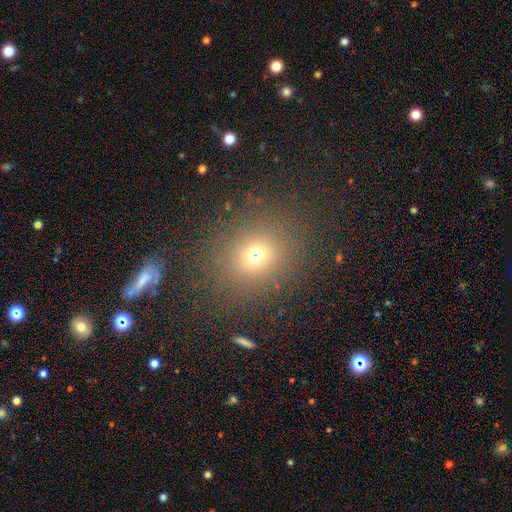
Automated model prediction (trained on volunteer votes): A smooth galaxy with no disk features (67%) that is round (71%).

Vote fractions:
- Smooth or featured? smooth: 67% / star or artifact: 22% / featured or disk: 11%
- How rounded? round: 71% / in between: 28% / cigar-shaped: 1%
- Merging? none: 76% / merger: 10% / minor disturbance: 10% / major disturbance: 5%